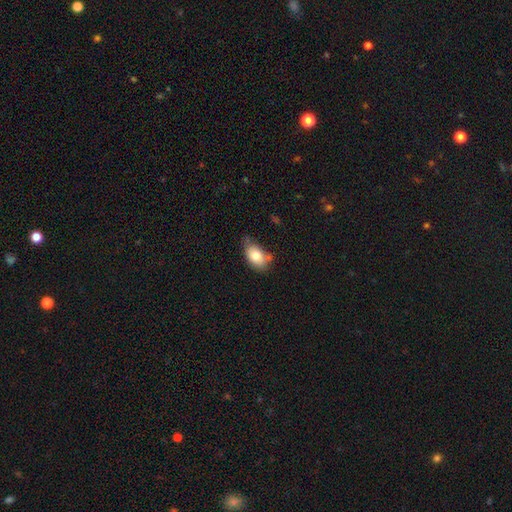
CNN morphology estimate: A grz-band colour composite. It shows a smooth galaxy with no disk features (78%) that is in between round and cigar-shaped (87%). Merging: none (45%).